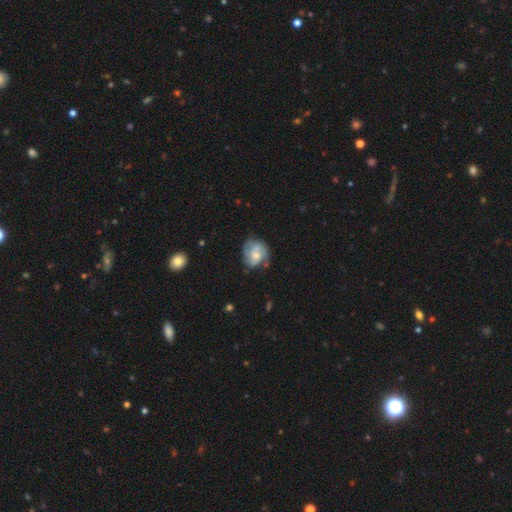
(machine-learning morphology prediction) A featured or disk galaxy (72%) with no bar (62%), 2 (35%) medium (44%) spiral arms (91%) and a small central bulge (47%).

Vote fractions:
- Smooth or featured? featured or disk: 72% / smooth: 21% / star or artifact: 7%
- Edge-on disk? no: 98% / yes: 2%
- Bar? no: 62% / weak: 32% / strong: 6%
- Spiral arms? yes: 91% / no: 9%
- Spiral winding? medium: 44% / tight: 40% / loose: 16%
- Spiral arm count? 2: 35% / 3: 32% / can't tell: 21% / 4: 5% / 1: 4% / more than 4: 3%
- Bulge size? small: 47% / moderate: 41% / none: 7% / large: 4% / dominant: 1%
- Merging? none: 64% / minor disturbance: 23% / major disturbance: 10% / merger: 2%